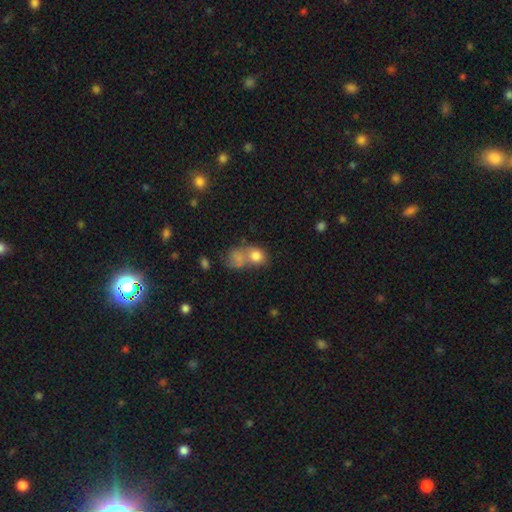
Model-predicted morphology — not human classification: Overall: smooth (77%). How rounded: round (54%; in between 45%). Merging: merger (53%; none 28%).